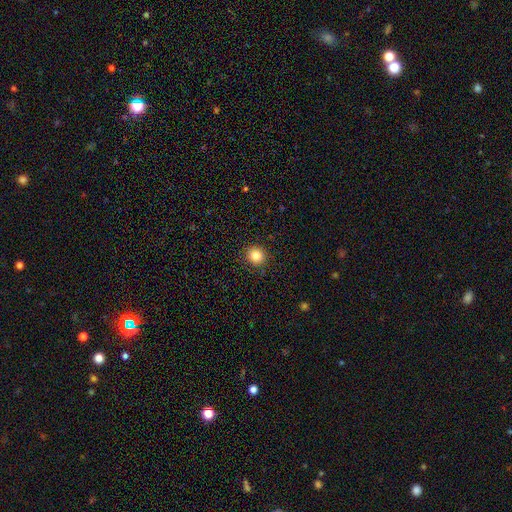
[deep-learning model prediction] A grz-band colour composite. It shows a smooth galaxy with no disk features (84%) that is round (91%). Merging: none (92%).